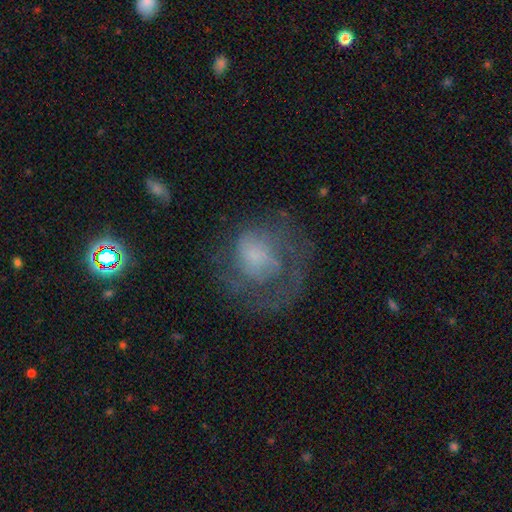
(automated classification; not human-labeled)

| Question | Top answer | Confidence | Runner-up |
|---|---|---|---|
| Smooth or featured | featured or disk | 51% | smooth (38%) |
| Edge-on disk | no | 98% | yes (2%) |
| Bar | no | 78% | weak (19%) |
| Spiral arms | yes | 55% | no (45%) |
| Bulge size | none | 34% | small (25%) |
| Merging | none | 41% | major disturbance (38%) |